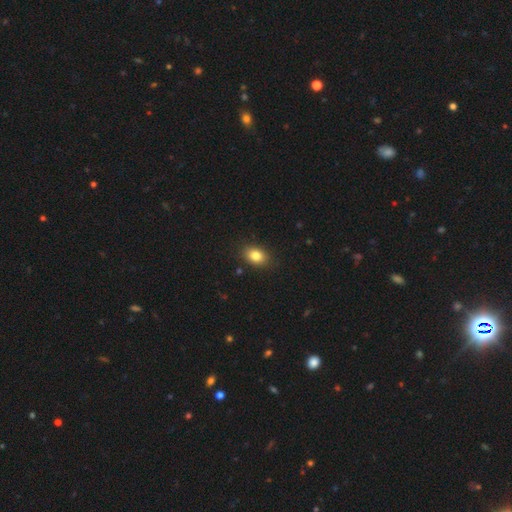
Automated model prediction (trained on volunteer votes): Smooth or featured: smooth — 83% (star or artifact — 9%)
How rounded: in between — 77% (round — 22%)
Merging: none — 88% (minor disturbance — 9%)